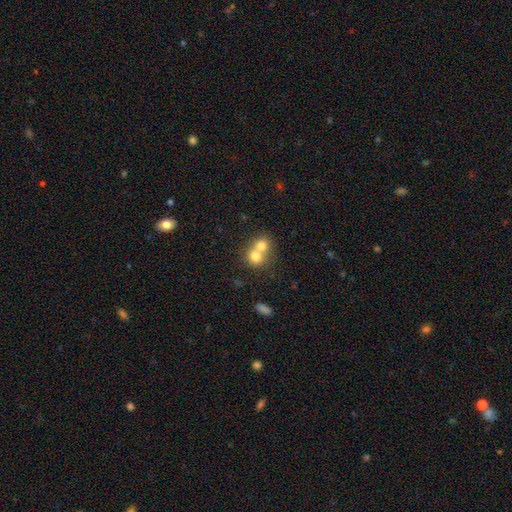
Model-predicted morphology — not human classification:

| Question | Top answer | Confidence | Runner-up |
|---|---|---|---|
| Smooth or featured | smooth | 73% | featured or disk (17%) |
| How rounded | round | 78% | in between (21%) |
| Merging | merger | 70% | none (24%) |